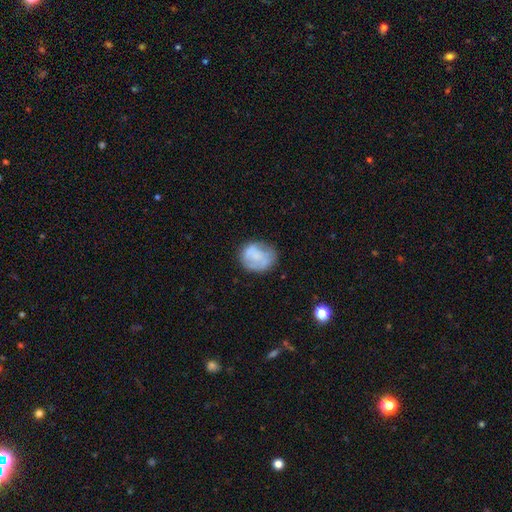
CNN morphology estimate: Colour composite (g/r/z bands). It shows a smooth galaxy with no disk features (61%) that is round (70%). Merging: none (58%).